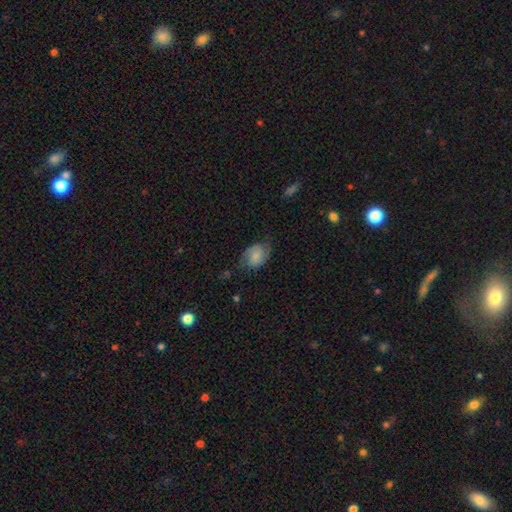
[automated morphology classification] The model was most divided on "smooth or featured": smooth: 47%, featured or disk: 45%, star or artifact: 8%. More confident: merging — none (59%).